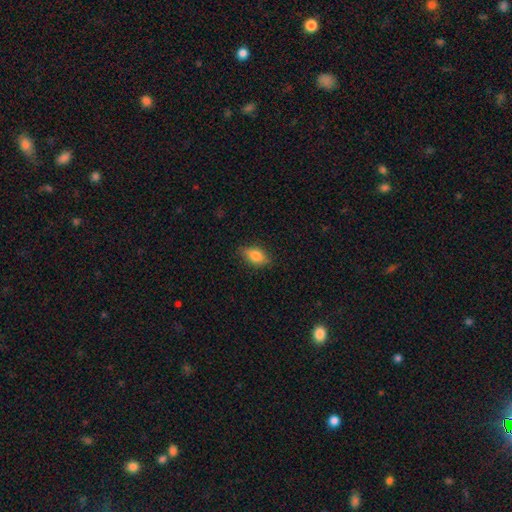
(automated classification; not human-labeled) Smooth or featured: smooth — 80% (featured or disk — 12%)
How rounded: in between — 85% (round — 8%)
Merging: none — 82% (minor disturbance — 14%)